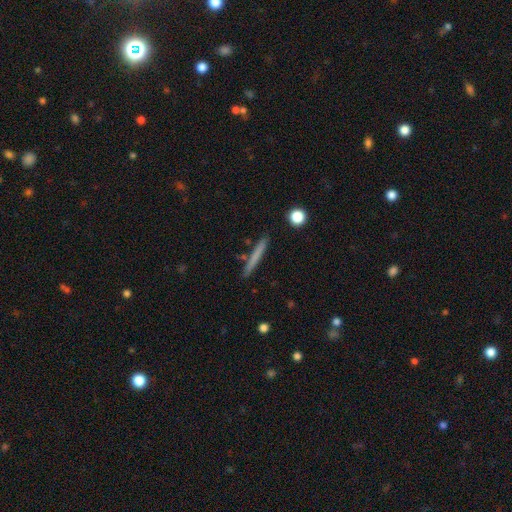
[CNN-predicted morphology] A smooth galaxy with no disk features (67%) that is cigar-shaped (96%).

Vote fractions:
- Smooth or featured? smooth: 67% / featured or disk: 27% / star or artifact: 6%
- How rounded? cigar-shaped: 96% / in between: 2% / round: 1%
- Merging? none: 88% / minor disturbance: 8% / merger: 3% / major disturbance: 2%